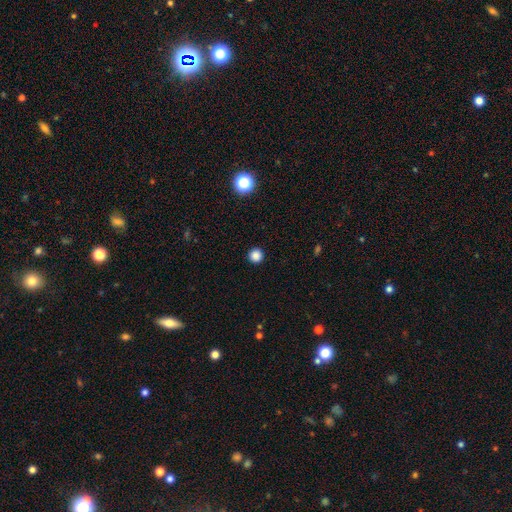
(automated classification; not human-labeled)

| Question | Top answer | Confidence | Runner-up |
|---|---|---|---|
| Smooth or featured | smooth | 85% | star or artifact (12%) |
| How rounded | round | 96% | in between (3%) |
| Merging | none | 93% | minor disturbance (4%) |